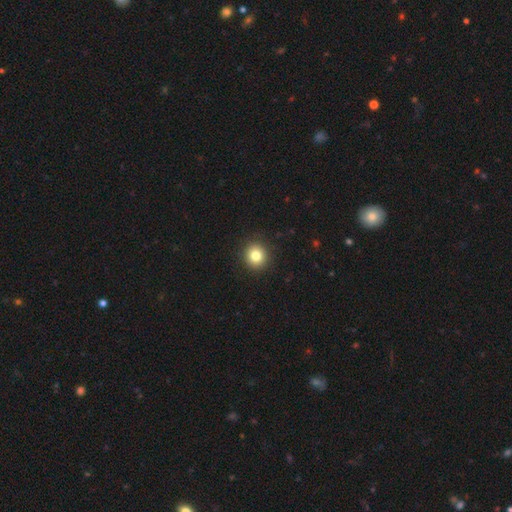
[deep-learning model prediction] Q: Smooth or featured?
A: smooth (81%); runner-up: star or artifact (11%)
Q: How rounded?
A: round (90%); runner-up: in between (9%)
Q: Merging?
A: none (92%); runner-up: minor disturbance (5%)